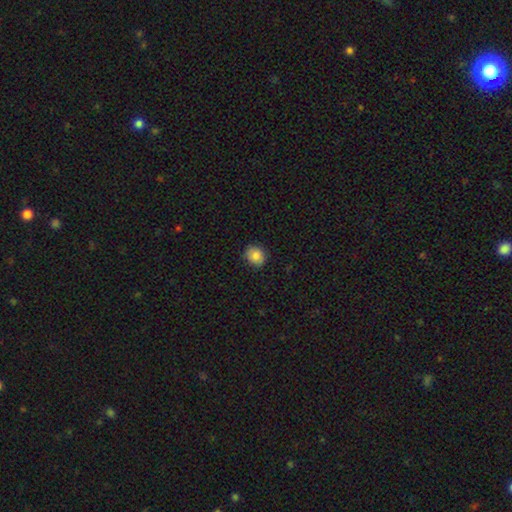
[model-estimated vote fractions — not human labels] Overall: smooth (85%). How rounded: round (74%). Merging: none (86%).